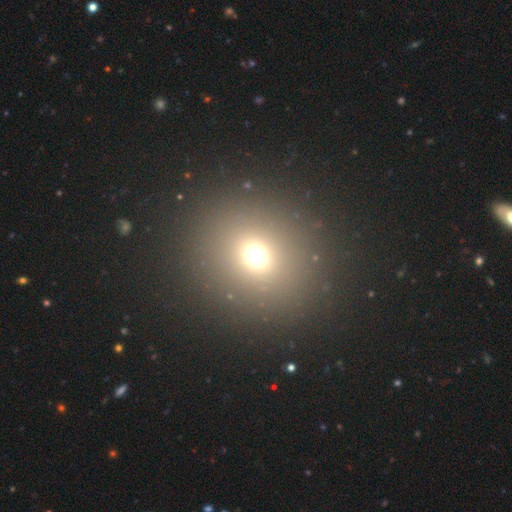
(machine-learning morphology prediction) smooth_or_featured: smooth (p=0.67) [alt: star or artifact p=0.24]
how_rounded: round (p=0.80) [alt: in between p=0.19]
merging: none (p=0.87) [alt: minor disturbance p=0.06]